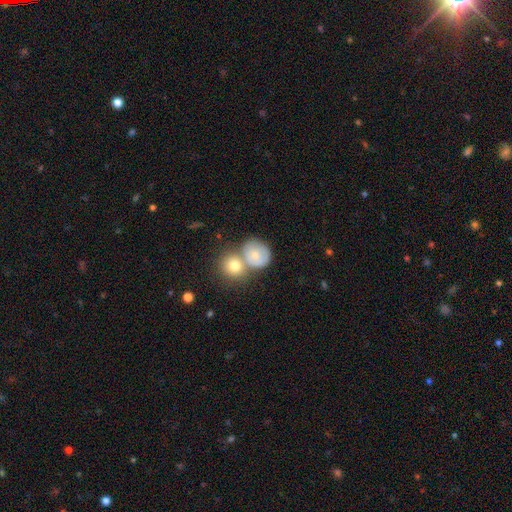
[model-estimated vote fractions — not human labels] This appears to be a smooth galaxy with no disk features (70%) that is round (81%). Merging: merger (44%).